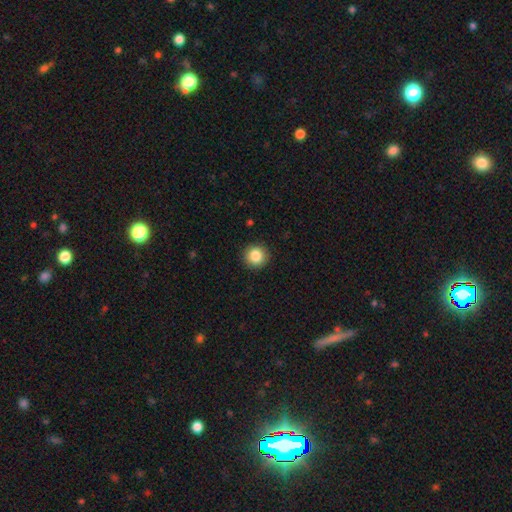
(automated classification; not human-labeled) smooth 86%, star or artifact 9%, featured or disk 5%. Down the decision tree: how rounded — round (94%); merging — none (92%).